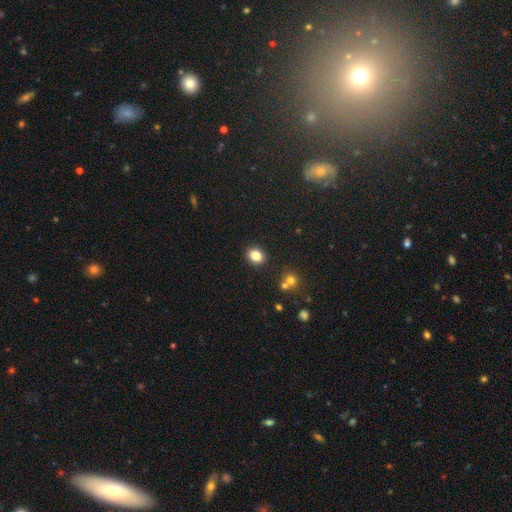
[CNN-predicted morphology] This is clearly a smooth galaxy (82%). How rounded: possibly in between (52%). Merging: clearly none (88%).